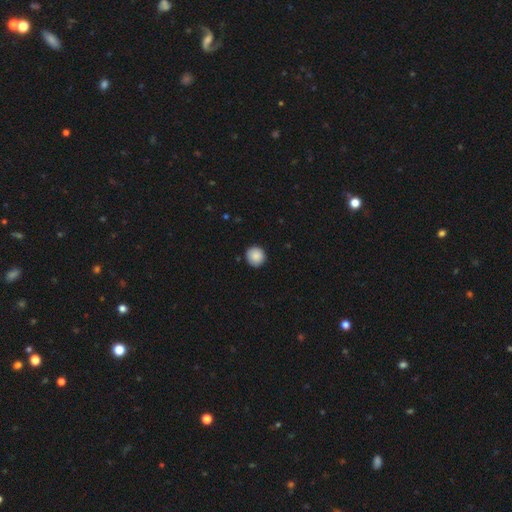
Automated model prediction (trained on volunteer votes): Overall: smooth (88%). How rounded: round (93%). Merging: none (89%).